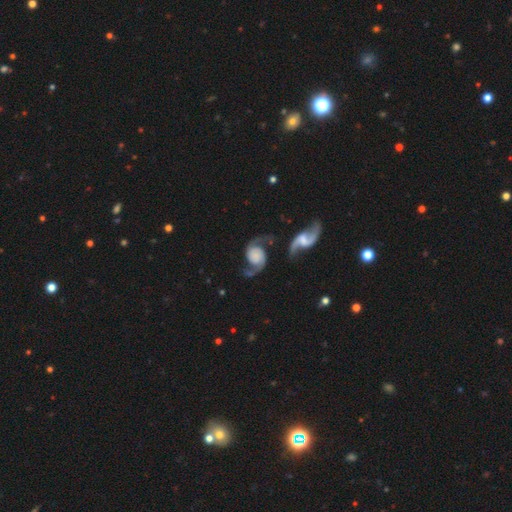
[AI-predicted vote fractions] Overall: featured or disk (84%). Edge-on disk: no (97%). Bar: no (70%). Spiral arms: yes (96%). Spiral arm count: 2 (90%). Spiral winding: loose (49%; medium 38%). Bulge size: none (46%; large 17%). Merging: none (49%; minor disturbance 21%).